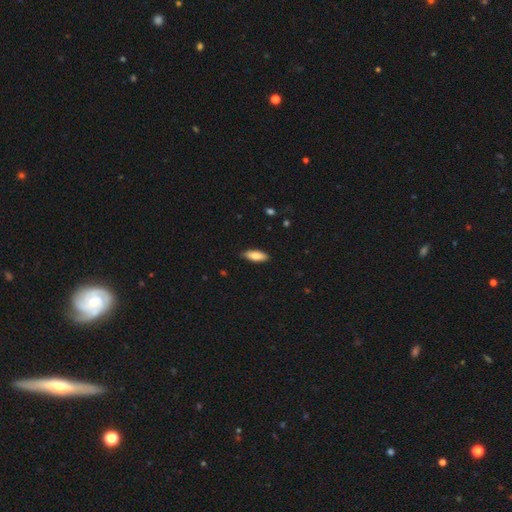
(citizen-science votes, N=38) smooth-or-featured: smooth: 84% | featured or disk: 16% | star or artifact: 0%
  how-rounded: in between: 88% | cigar-shaped: 9% | round: 3%
  merging: none: 84% | minor disturbance: 16% | major disturbance: 0% | merger: 0%